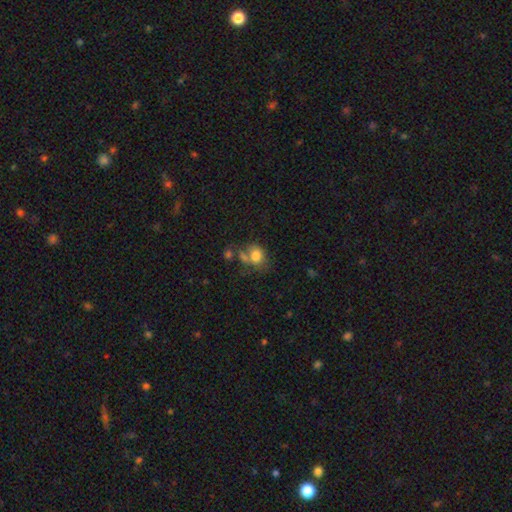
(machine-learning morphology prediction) smooth-or-featured: smooth: 77% | featured or disk: 12% | star or artifact: 10%
  how-rounded: in between: 54% | round: 45% | cigar-shaped: 1%
  merging: none: 40% | merger: 30% | minor disturbance: 19% | major disturbance: 12%